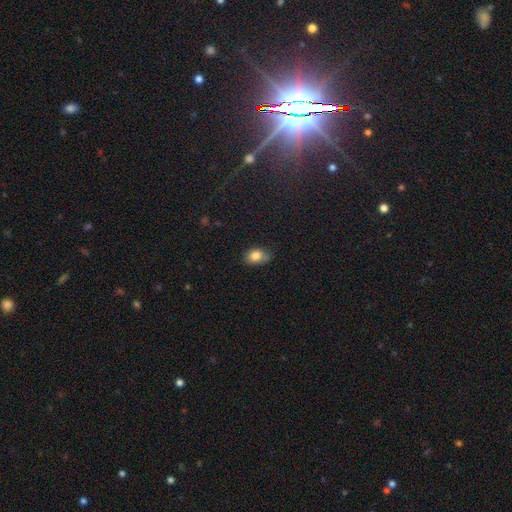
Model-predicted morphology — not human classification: Overall: smooth (82%). How rounded: in between (75%). Merging: none (64%; minor disturbance 29%).